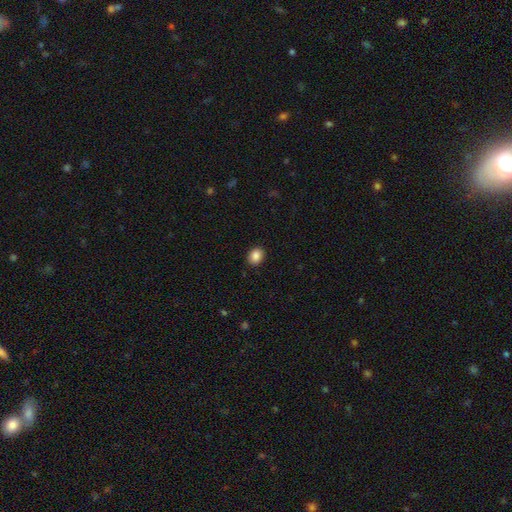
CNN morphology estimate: Q: Smooth or featured?
A: smooth (87%); runner-up: star or artifact (9%)
Q: How rounded?
A: in between (55%); runner-up: round (44%)
Q: Merging?
A: none (90%); runner-up: minor disturbance (7%)